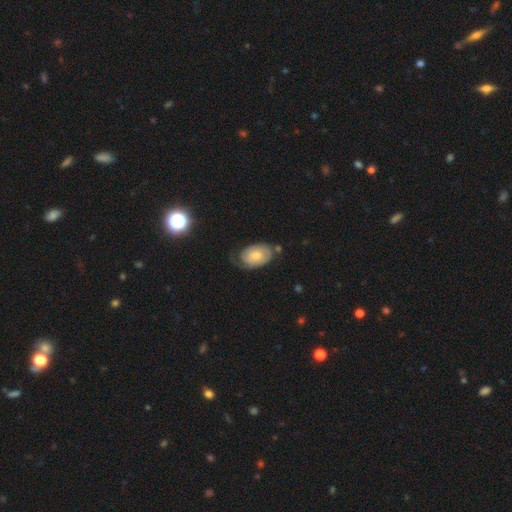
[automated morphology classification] Smooth or featured? featured or disk (53%)
Edge-on disk? no (95%)
Bar? no (74%)
Spiral arms? yes (81%)
Bulge size? moderate (48%)
Merging? none (55%)